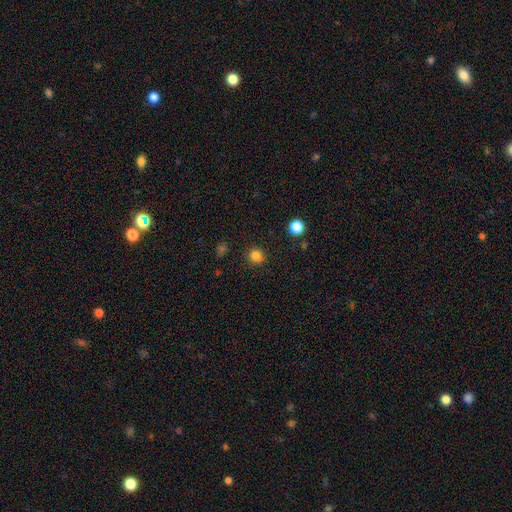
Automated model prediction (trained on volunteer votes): Smooth or featured: smooth — 82% (star or artifact — 14%)
How rounded: round — 88% (in between — 11%)
Merging: none — 88% (minor disturbance — 8%)